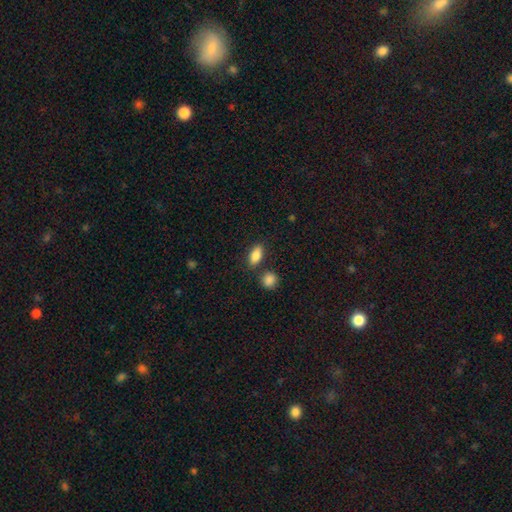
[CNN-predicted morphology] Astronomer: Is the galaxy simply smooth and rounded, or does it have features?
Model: smooth — 85%.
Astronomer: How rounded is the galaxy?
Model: in between — 84%.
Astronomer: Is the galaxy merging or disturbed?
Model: none — 78%.